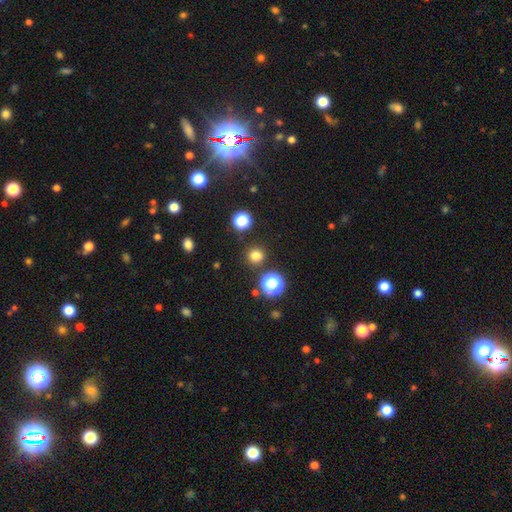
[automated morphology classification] Q: Smooth or featured?
A: smooth (77%); runner-up: star or artifact (18%)
Q: How rounded?
A: round (92%); runner-up: in between (7%)
Q: Merging?
A: none (89%); runner-up: minor disturbance (6%)